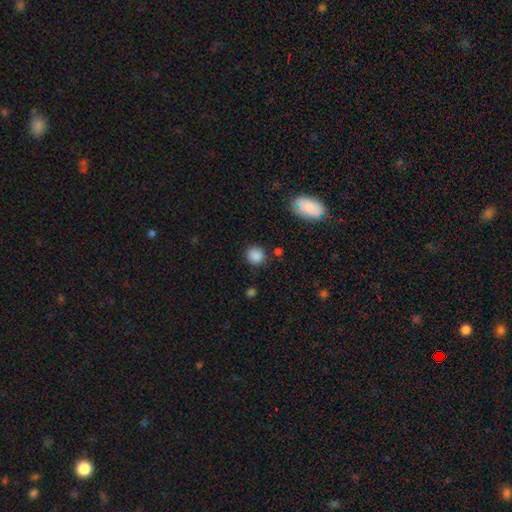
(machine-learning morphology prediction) Smooth or featured?
  - smooth: 85% *
  - star or artifact: 11%
  - featured or disk: 4%
How rounded?
  - round: 87% *
  - in between: 12%
  - cigar-shaped: 1%
Merging?
  - none: 84% *
  - minor disturbance: 10%
  - major disturbance: 3%
  - merger: 3%